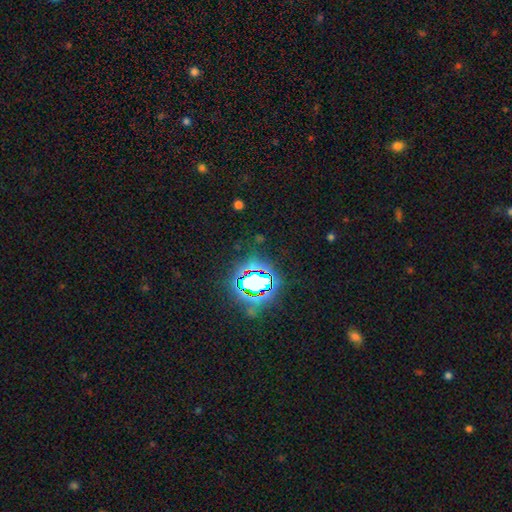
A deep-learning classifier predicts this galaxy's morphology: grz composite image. It shows a star or artifact, not a galaxy (81%).